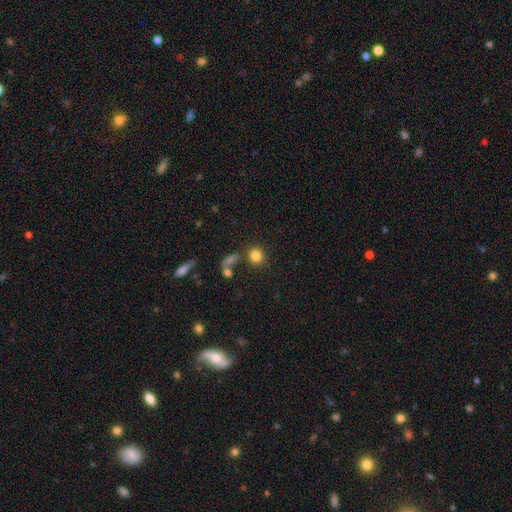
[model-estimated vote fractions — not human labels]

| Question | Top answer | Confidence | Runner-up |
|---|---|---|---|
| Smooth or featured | smooth | 82% | star or artifact (11%) |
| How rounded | round | 87% | in between (12%) |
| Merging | none | 75% | merger (10%) |